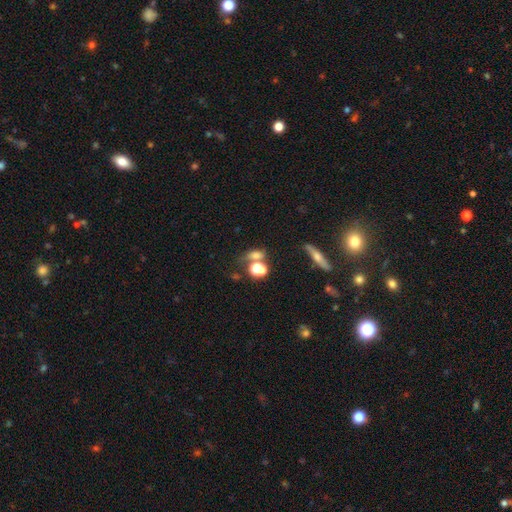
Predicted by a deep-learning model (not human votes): A smooth galaxy with no disk features (61%) that is in between round and cigar-shaped (53%).

Vote fractions:
- Smooth or featured? smooth: 61% / star or artifact: 23% / featured or disk: 16%
- How rounded? in between: 53% / round: 38% / cigar-shaped: 9%
- Merging? none: 45% / merger: 33% / minor disturbance: 13% / major disturbance: 9%